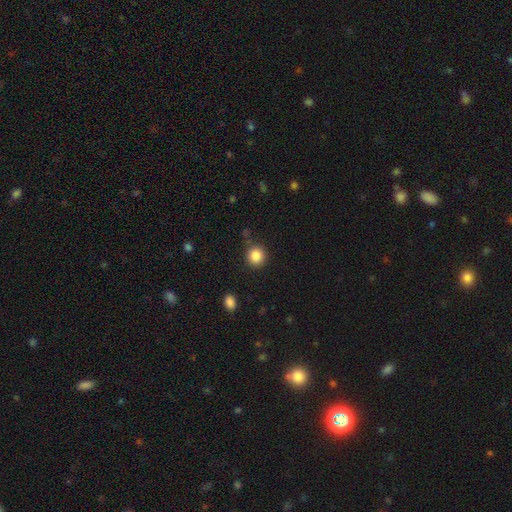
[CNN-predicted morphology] Smooth or featured?
  - smooth: 86% *
  - star or artifact: 10%
  - featured or disk: 4%
How rounded?
  - round: 92% *
  - in between: 7%
  - cigar-shaped: 1%
Merging?
  - none: 85% *
  - minor disturbance: 10%
  - major disturbance: 3%
  - merger: 3%